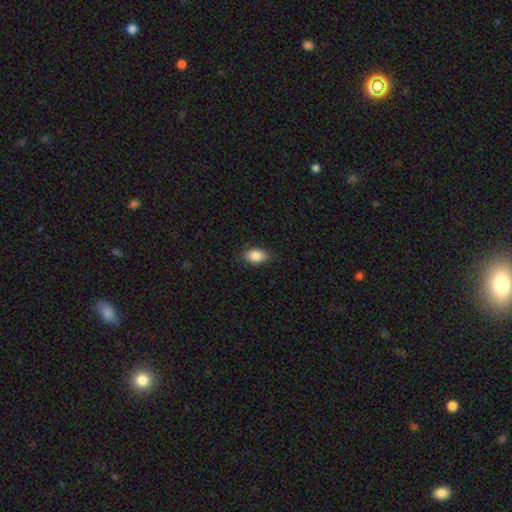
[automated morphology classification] Smooth or featured?
  - smooth: 88% *
  - star or artifact: 7%
  - featured or disk: 5%
How rounded?
  - in between: 89% *
  - round: 9%
  - cigar-shaped: 2%
Merging?
  - none: 84% *
  - minor disturbance: 12%
  - major disturbance: 3%
  - merger: 1%